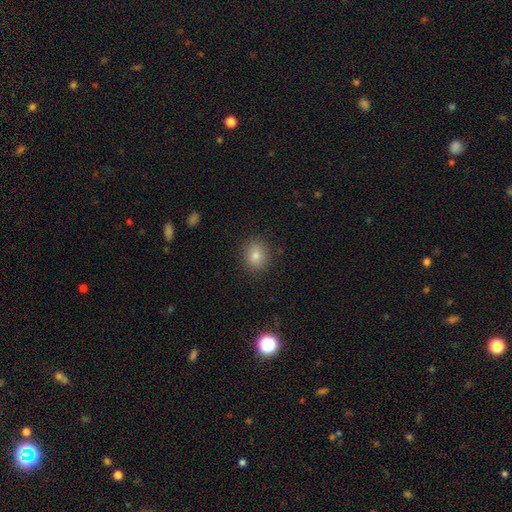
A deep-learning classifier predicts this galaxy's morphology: Smooth or featured?
  - smooth: 79% *
  - star or artifact: 13%
  - featured or disk: 8%
How rounded?
  - round: 72% *
  - in between: 27%
  - cigar-shaped: 1%
Merging?
  - none: 89% *
  - minor disturbance: 8%
  - major disturbance: 2%
  - merger: 1%